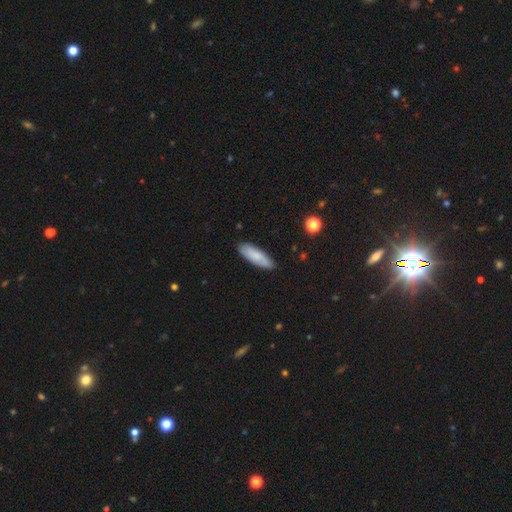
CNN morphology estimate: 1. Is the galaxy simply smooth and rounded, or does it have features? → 77% smooth, 17% featured or disk, 6% star or artifact.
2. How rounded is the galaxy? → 57% in between, 41% cigar-shaped, 2% round.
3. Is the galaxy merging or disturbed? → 85% none, 11% minor disturbance, 2% major disturbance, 1% merger.